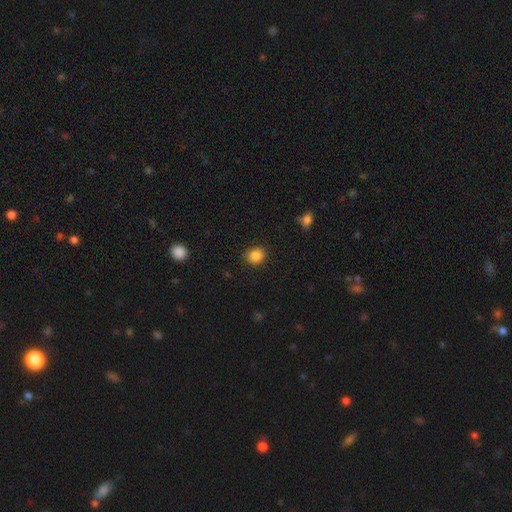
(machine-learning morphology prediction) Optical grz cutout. It shows a smooth galaxy with no disk features (86%) that is round (73%). Merging: none (86%).